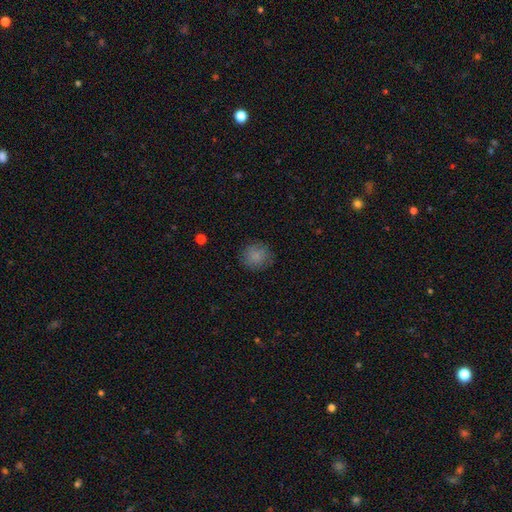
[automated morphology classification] smooth 83%, star or artifact 9%, featured or disk 8%. Down the decision tree: how rounded — round (87%); merging — none (84%).